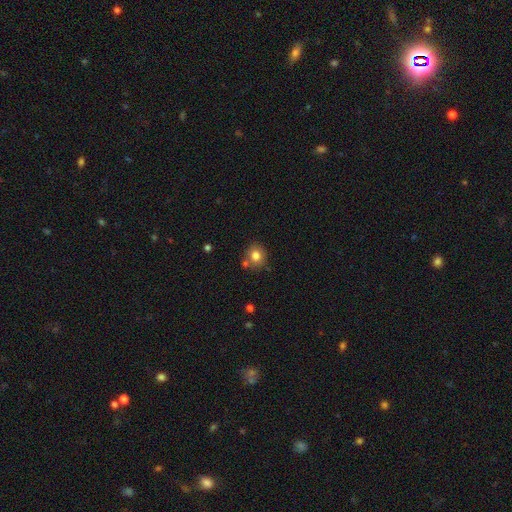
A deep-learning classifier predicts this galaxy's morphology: This appears to be a smooth galaxy with no disk features (80%) that is round (83%). Merging: none (73%).